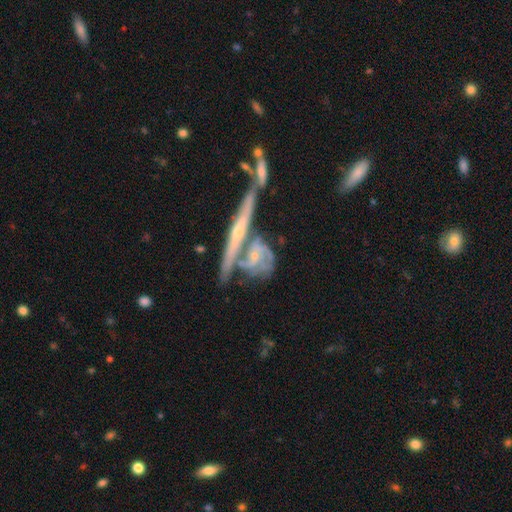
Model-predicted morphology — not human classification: Smooth or featured?
  - featured or disk: 80% *
  - smooth: 14%
  - star or artifact: 6%
Edge-on disk?
  - no: 73% *
  - yes: 27%
Bar?
  - no: 70% *
  - weak: 22%
  - strong: 8%
Spiral arms?
  - yes: 86% *
  - no: 14%
Spiral winding?
  - tight: 49% *
  - medium: 38%
  - loose: 13%
Spiral arm count?
  - can't tell: 30% *
  - 3: 27%
  - 2: 26%
  - 4: 7%
  - 1: 5%
  - more than 4: 5%
Bulge size?
  - small: 69% *
  - moderate: 23%
  - none: 5%
  - large: 2%
  - dominant: 1%
Merging?
  - none: 40% *
  - merger: 36%
  - minor disturbance: 16%
  - major disturbance: 8%